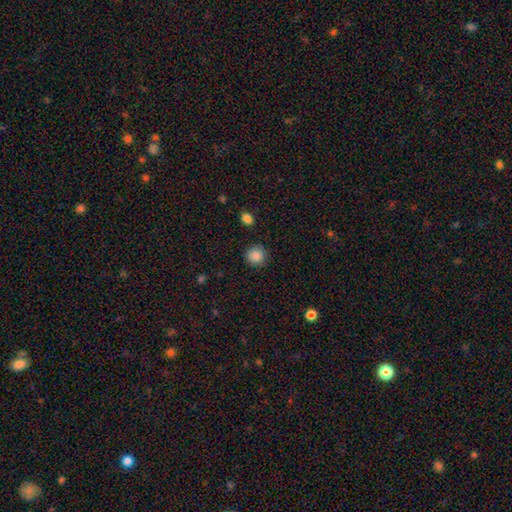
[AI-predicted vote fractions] Morphology: type=smooth (87%); roundness=round (92%); merging=none (88%).